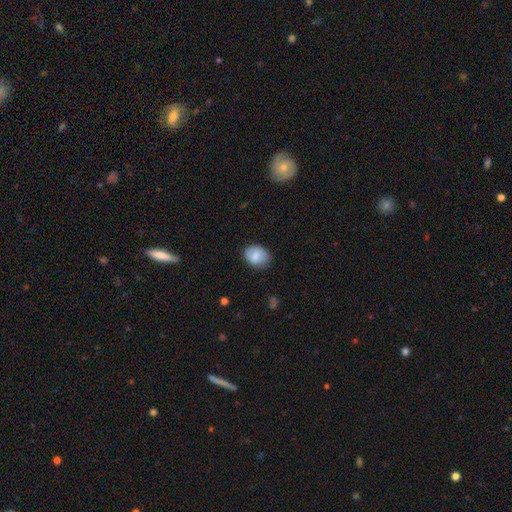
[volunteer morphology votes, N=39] smooth 79%, featured or disk 13%, star or artifact 8%. Down the decision tree: how rounded — in between (65%); merging — none (72%).